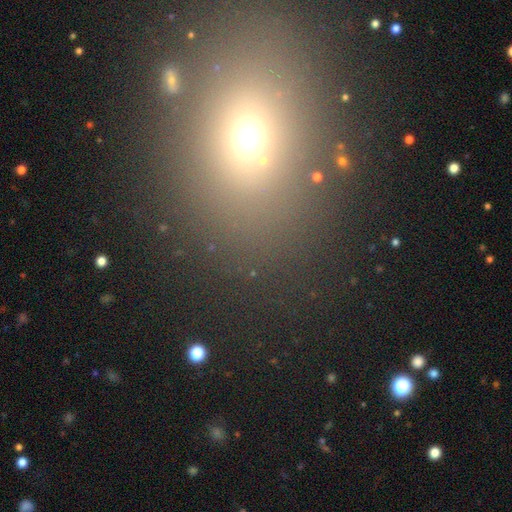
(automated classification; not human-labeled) Smooth or featured: smooth — 51% (star or artifact — 38%)
How rounded: round — 52% (in between — 46%)
Merging: none — 81% (minor disturbance — 9%)